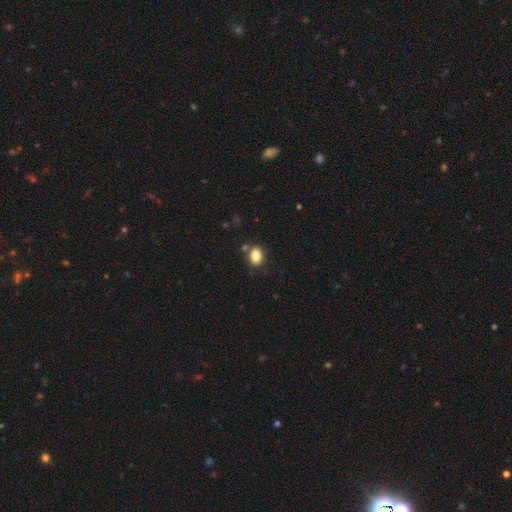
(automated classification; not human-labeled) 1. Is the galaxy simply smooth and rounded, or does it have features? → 85% smooth, 9% star or artifact, 6% featured or disk.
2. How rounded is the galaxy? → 77% in between, 22% round, 1% cigar-shaped.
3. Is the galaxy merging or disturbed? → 76% none, 13% minor disturbance, 8% merger, 3% major disturbance.